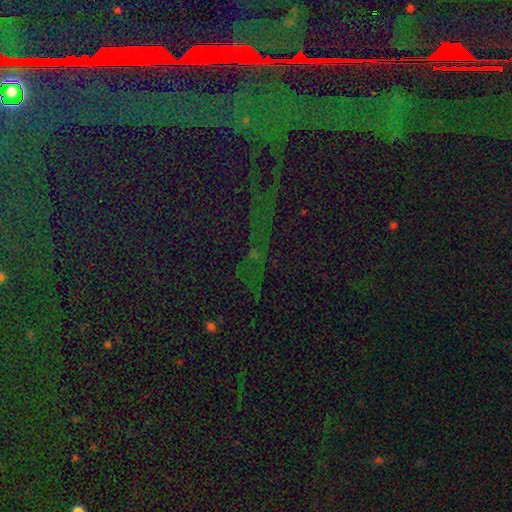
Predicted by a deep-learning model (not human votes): smooth-or-featured: star or artifact: 83% | smooth: 9% | featured or disk: 8%